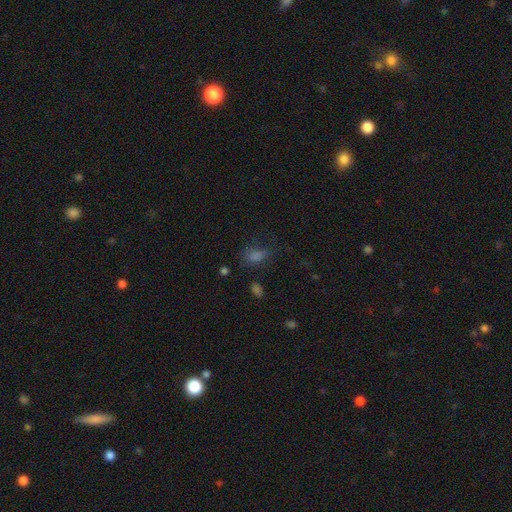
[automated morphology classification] A smooth galaxy with no disk features (64%) that is in between round and cigar-shaped (77%). Merging: none (55%).